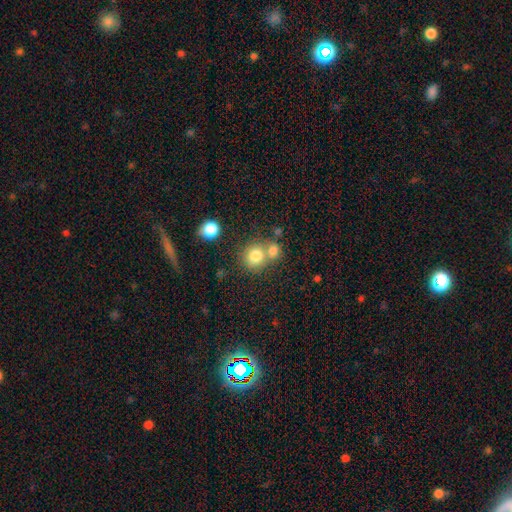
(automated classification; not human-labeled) Q: Smooth or featured?
A: smooth (79%); runner-up: star or artifact (11%)
Q: How rounded?
A: round (84%); runner-up: in between (15%)
Q: Merging?
A: none (51%); runner-up: merger (37%)